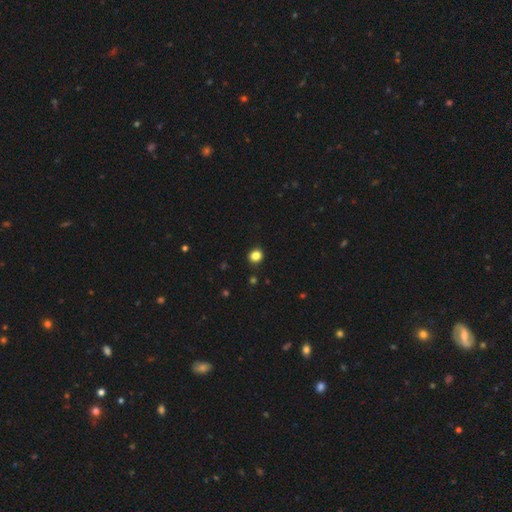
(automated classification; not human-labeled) Q: Smooth or featured?
A: smooth (84%); runner-up: star or artifact (12%)
Q: How rounded?
A: round (80%); runner-up: in between (19%)
Q: Merging?
A: none (90%); runner-up: minor disturbance (7%)